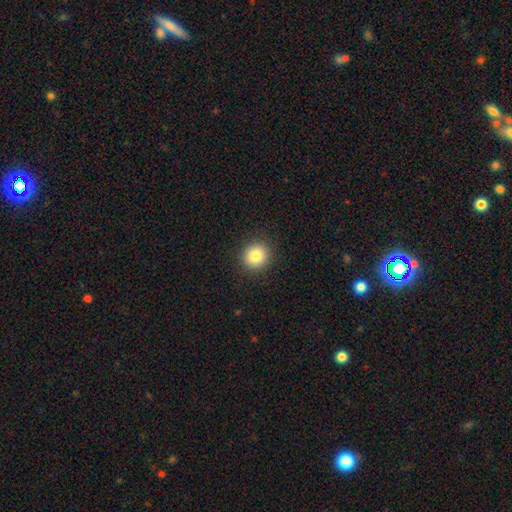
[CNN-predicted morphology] Smooth or featured? smooth (84%)
How rounded? round (90%)
Merging? none (91%)